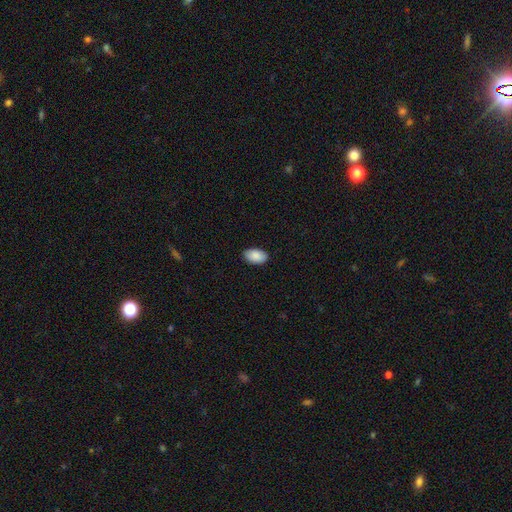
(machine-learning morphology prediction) Overall: smooth (90%). How rounded: in between (94%). Merging: none (88%).